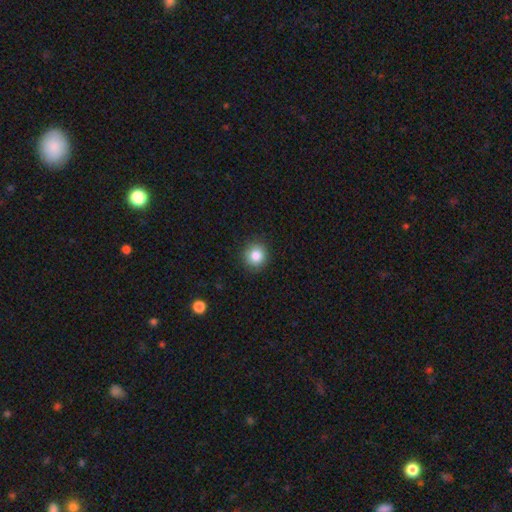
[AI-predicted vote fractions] smooth 85%, star or artifact 10%, featured or disk 6%. Down the decision tree: how rounded — round (91%); merging — none (90%).